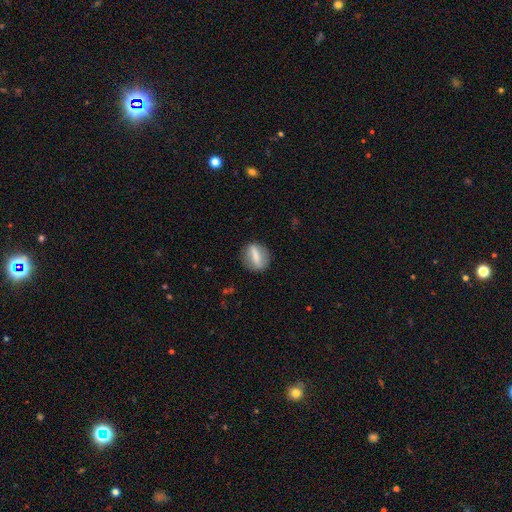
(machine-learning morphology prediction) This is possibly a smooth galaxy (58%). How rounded: possibly in between (48%). Merging: clearly none (84%).